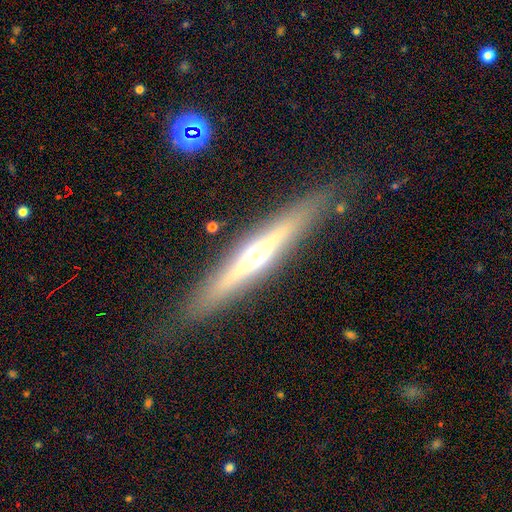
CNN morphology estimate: featured or disk 66%, smooth 27%, star or artifact 7%. Down the decision tree: edge-on disk — yes (94%); edge-on bulge — rounded (83%); merging — none (85%).